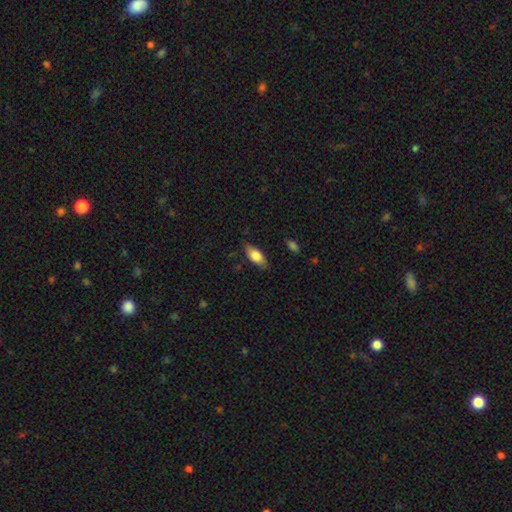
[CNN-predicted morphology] The model was most divided on "smooth or featured": smooth: 74%, featured or disk: 19%, star or artifact: 6%. More confident: how rounded — in between (83%); merging — none (81%).